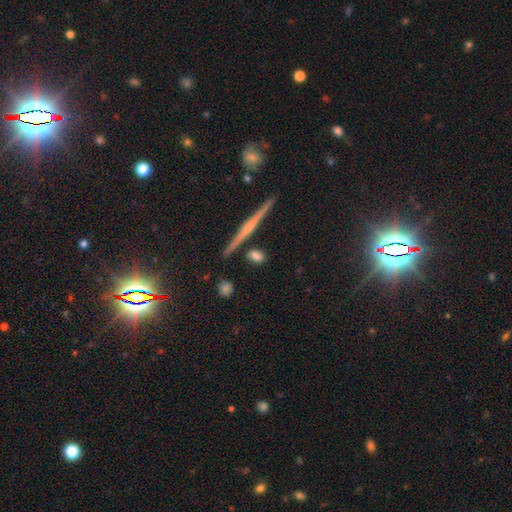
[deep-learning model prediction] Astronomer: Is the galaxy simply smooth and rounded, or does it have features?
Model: smooth — 73%.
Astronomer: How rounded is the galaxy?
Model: in between — 55%.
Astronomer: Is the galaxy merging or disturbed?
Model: none — 80%.